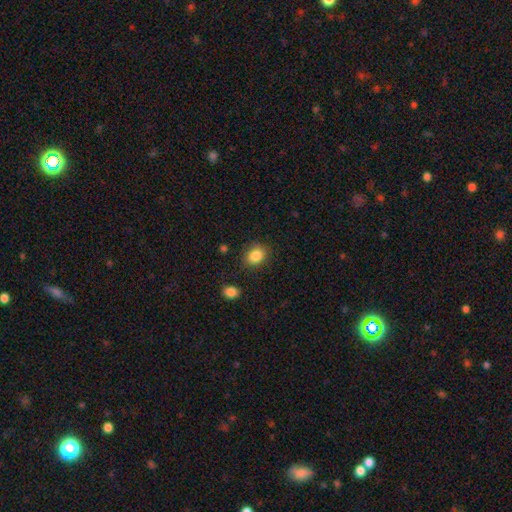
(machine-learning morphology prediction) smooth 86%, star or artifact 9%, featured or disk 5%. Down the decision tree: how rounded — in between (51%); merging — none (84%).